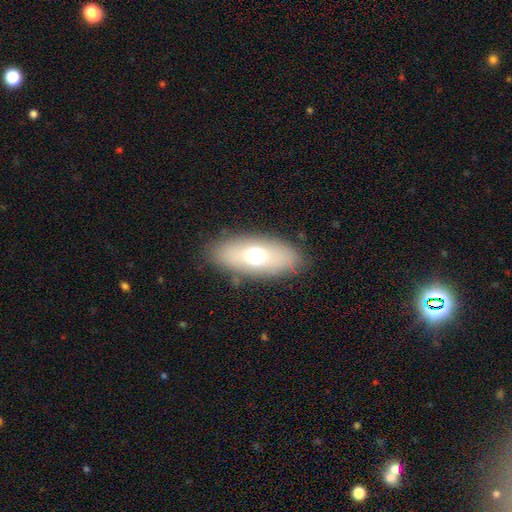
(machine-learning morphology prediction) Overall: smooth (63%; featured or disk 26%). How rounded: in between (83%). Merging: none (84%).